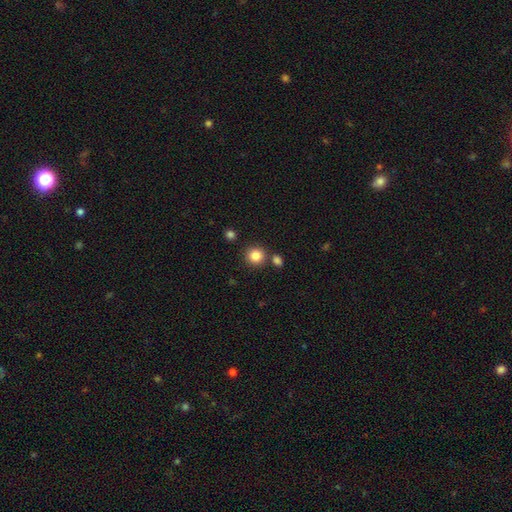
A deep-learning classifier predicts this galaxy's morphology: smooth 84%, star or artifact 11%, featured or disk 5%. Down the decision tree: how rounded — round (91%); merging — none (81%).